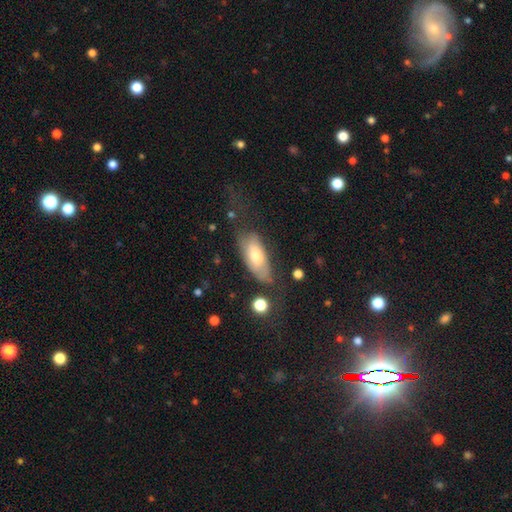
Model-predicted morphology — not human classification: type=smooth (61%); roundness=in between (81%); merging=none (50%).